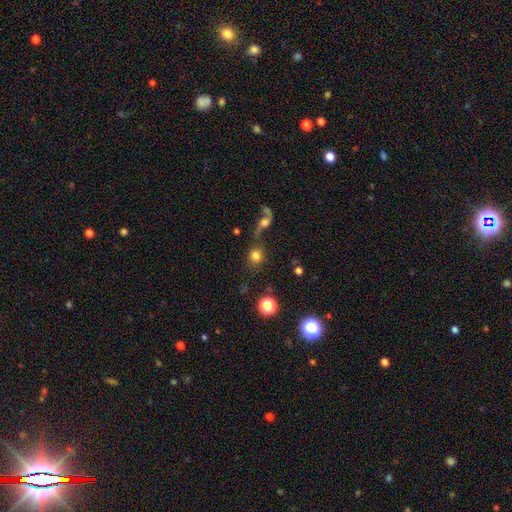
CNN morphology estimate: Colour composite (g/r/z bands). It shows a smooth galaxy with no disk features (77%) that is round (88%). Merging: none (57%).